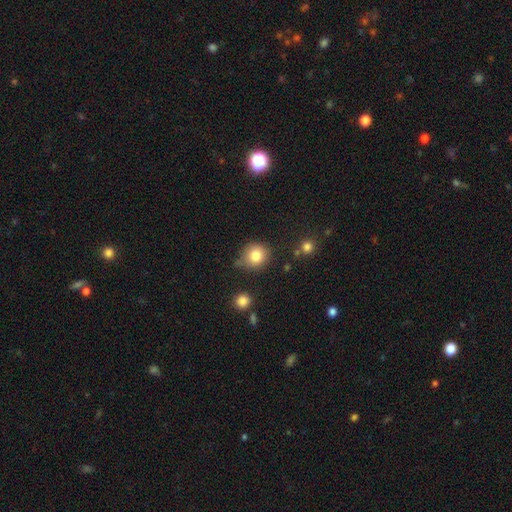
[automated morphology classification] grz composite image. It shows a smooth galaxy with no disk features (82%) that is round (83%). Merging: none (66%).